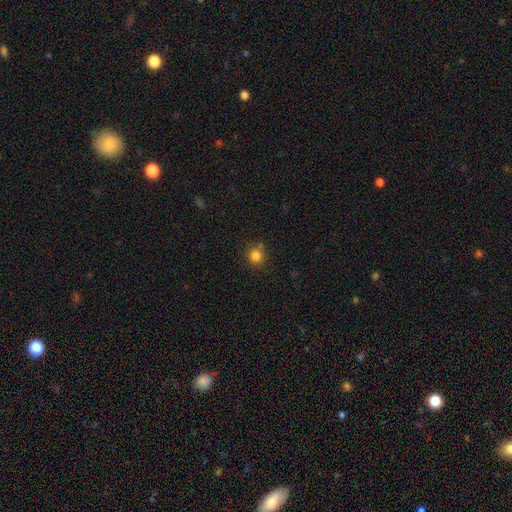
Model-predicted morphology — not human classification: This is clearly a smooth galaxy (82%). How rounded: clearly round (89%). Merging: likely none (76%).